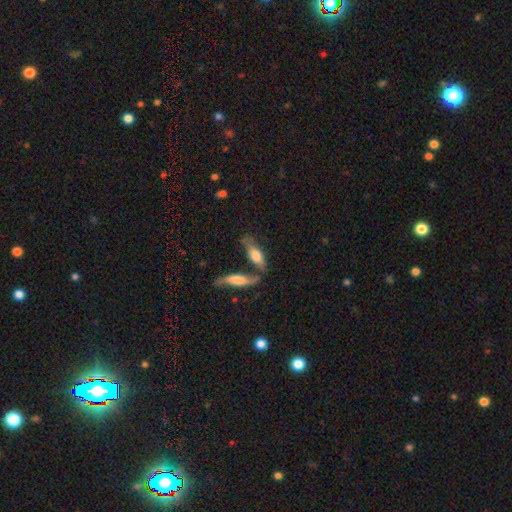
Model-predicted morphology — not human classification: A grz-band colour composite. It shows a smooth galaxy with no disk features (60%) that is in between round and cigar-shaped (59%). Merging: none (47%).